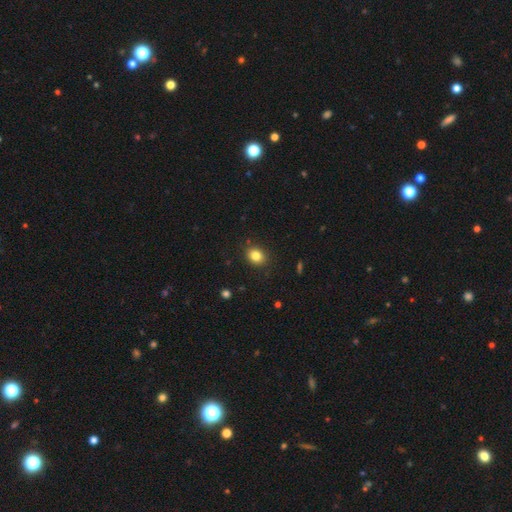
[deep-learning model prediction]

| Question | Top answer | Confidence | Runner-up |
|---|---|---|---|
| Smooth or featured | smooth | 83% | star or artifact (11%) |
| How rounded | round | 58% | in between (41%) |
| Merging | none | 88% | minor disturbance (9%) |